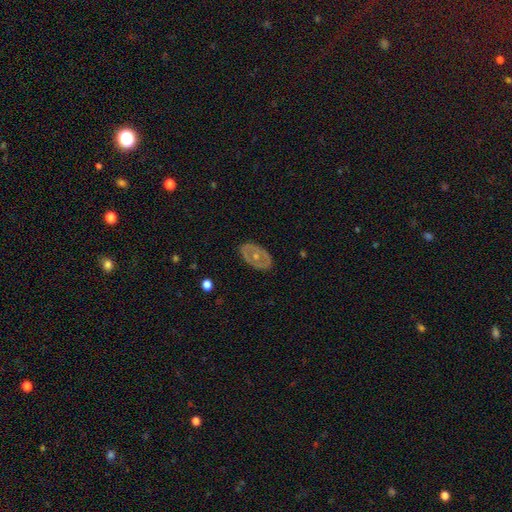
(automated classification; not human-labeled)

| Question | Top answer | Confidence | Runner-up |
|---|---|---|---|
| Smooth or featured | featured or disk | 58% | smooth (35%) |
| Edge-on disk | no | 90% | yes (10%) |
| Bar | no | 85% | weak (11%) |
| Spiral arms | no | 86% | yes (14%) |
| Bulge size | moderate | 50% | small (46%) |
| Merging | none | 83% | minor disturbance (13%) |